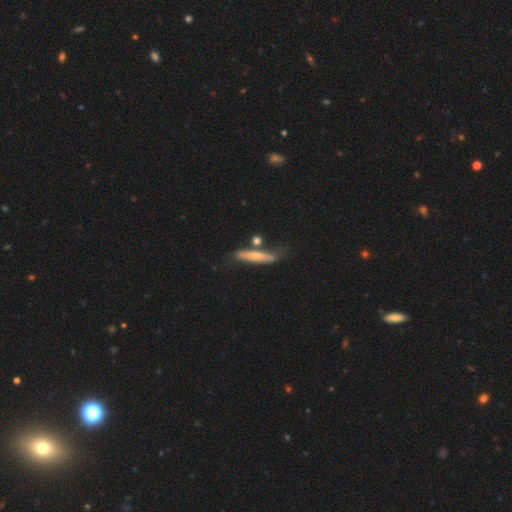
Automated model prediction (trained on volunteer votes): Smooth or featured?
  - smooth: 61% *
  - featured or disk: 33%
  - star or artifact: 7%
How rounded?
  - cigar-shaped: 86% *
  - in between: 11%
  - round: 3%
Merging?
  - none: 57% *
  - minor disturbance: 21%
  - merger: 13%
  - major disturbance: 9%